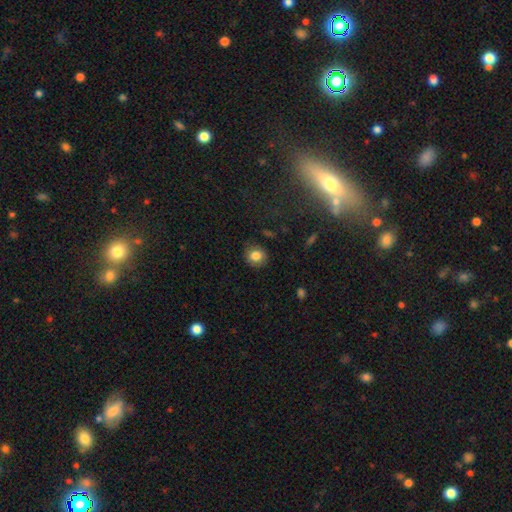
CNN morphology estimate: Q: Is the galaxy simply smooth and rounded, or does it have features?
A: smooth — 81%.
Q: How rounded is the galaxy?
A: round — 77%.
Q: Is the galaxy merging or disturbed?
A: none — 84%.